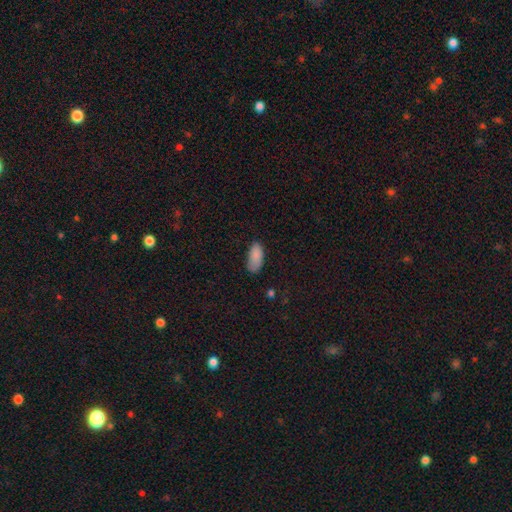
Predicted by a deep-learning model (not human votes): Overall: smooth (88%). How rounded: in between (90%). Merging: none (71%).